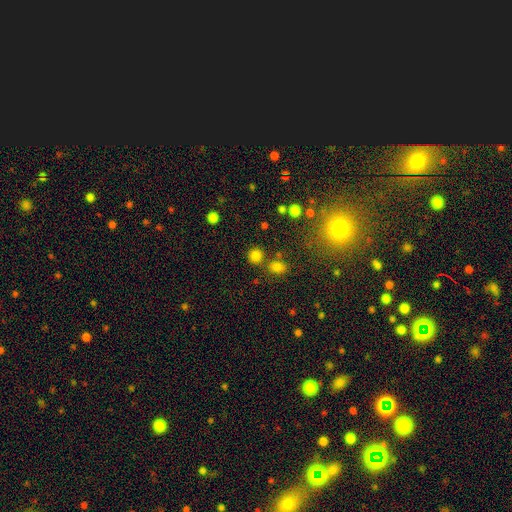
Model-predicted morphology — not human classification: Q: Smooth or featured?
A: smooth (79%); runner-up: star or artifact (16%)
Q: How rounded?
A: round (88%); runner-up: in between (11%)
Q: Merging?
A: none (77%); runner-up: merger (12%)